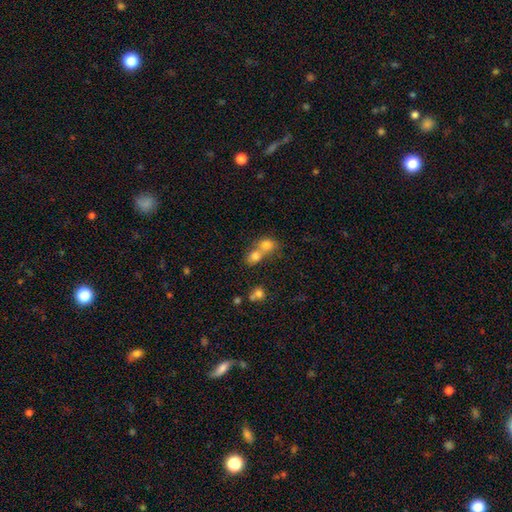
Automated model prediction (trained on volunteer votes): This is likely a smooth galaxy (76%). How rounded: possibly round (52%). Merging: likely merger (66%).